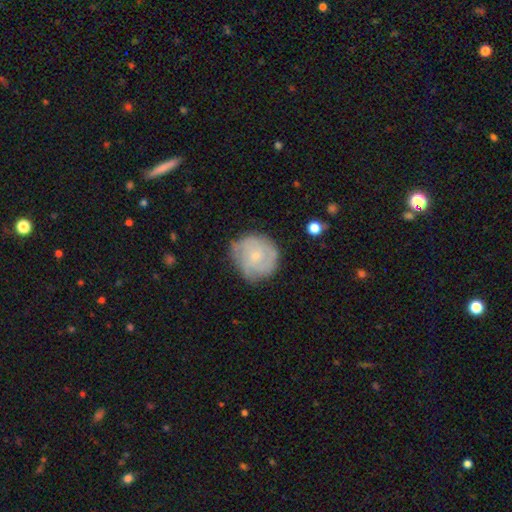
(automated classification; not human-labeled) Morphology: type=featured or disk (58%); edge-on=no (98%); bar=no (78%); spiral arms=yes (82%); bulge=small (70%); merging=none (68%).